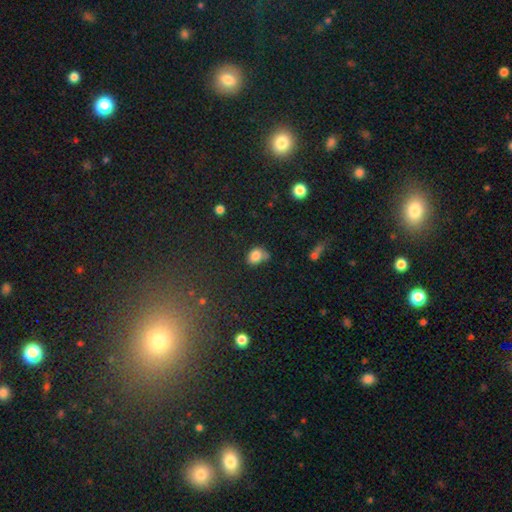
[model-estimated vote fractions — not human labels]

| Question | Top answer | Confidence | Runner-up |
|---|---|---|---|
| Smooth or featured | smooth | 82% | star or artifact (10%) |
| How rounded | in between | 63% | round (36%) |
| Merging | none | 46% | minor disturbance (29%) |